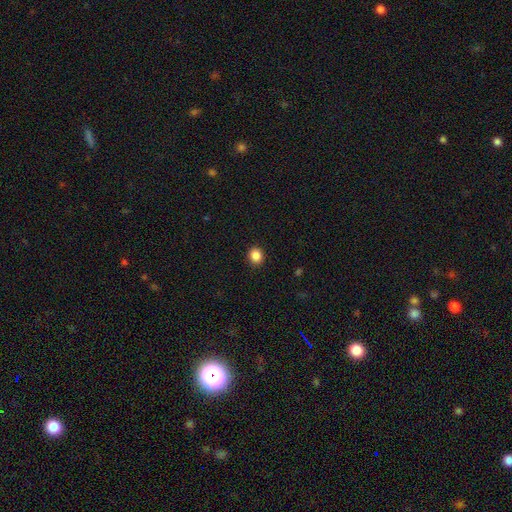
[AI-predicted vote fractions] smooth-or-featured: smooth: 86% | star or artifact: 10% | featured or disk: 3%
  how-rounded: round: 84% | in between: 15% | cigar-shaped: 1%
  merging: none: 92% | minor disturbance: 5% | major disturbance: 2% | merger: 1%